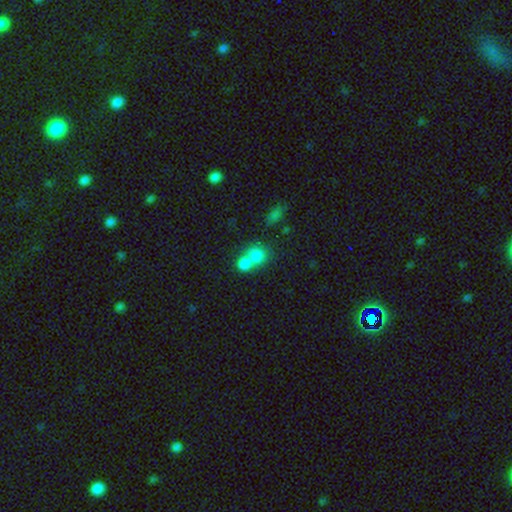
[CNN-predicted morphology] Smooth or featured? smooth (79%)
How rounded? round (79%)
Merging? merger (58%)